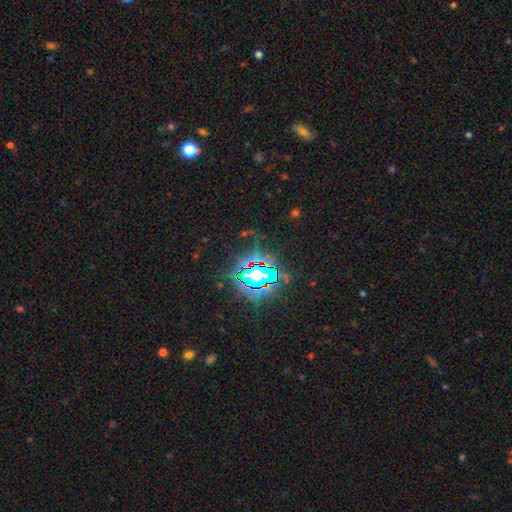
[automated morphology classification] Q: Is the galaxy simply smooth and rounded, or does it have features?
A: star or artifact — 78%.